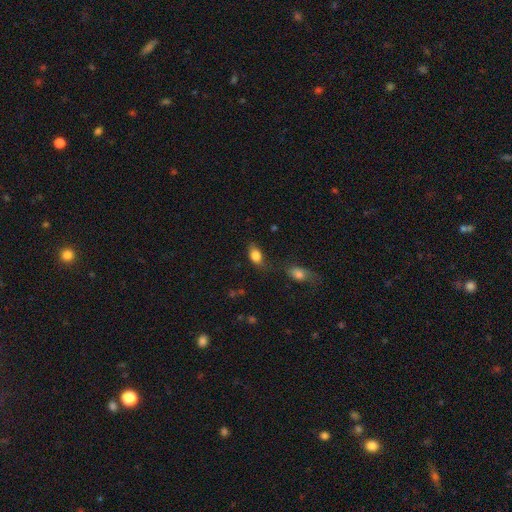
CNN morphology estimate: type=smooth (83%); roundness=in between (86%); merging=none (59%).